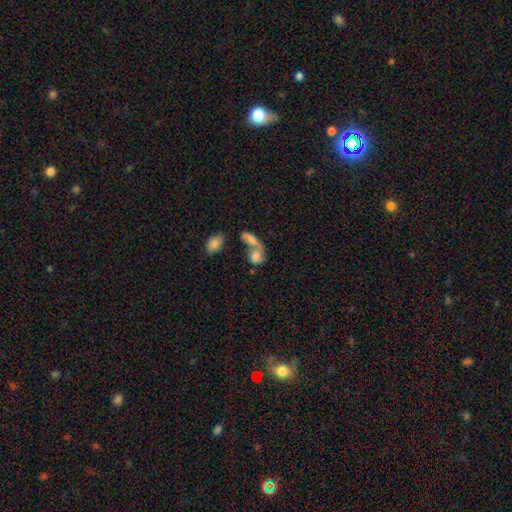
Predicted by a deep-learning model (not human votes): A smooth galaxy with no disk features (65%) that is in between round and cigar-shaped (71%). Merging: merger (68%).